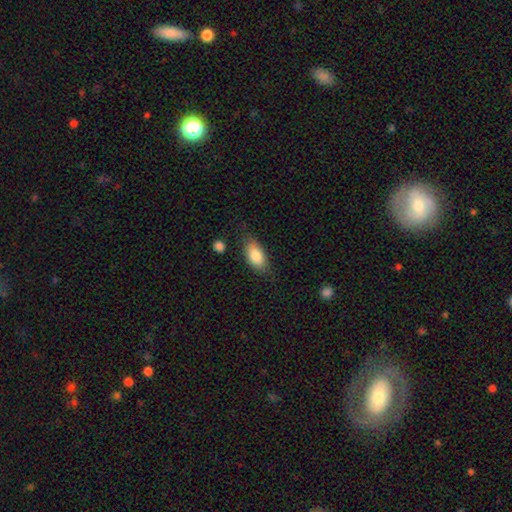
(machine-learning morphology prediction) smooth 83%, featured or disk 10%, star or artifact 7%. Down the decision tree: how rounded — in between (90%); merging — none (76%).